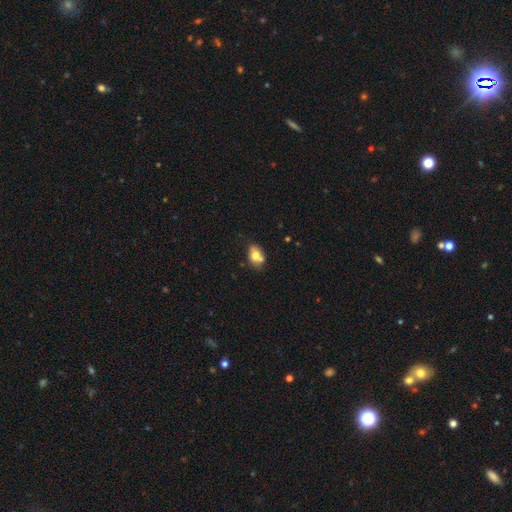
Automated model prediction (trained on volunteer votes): Smooth or featured? smooth (67%)
How rounded? in between (72%)
Merging? none (47%)